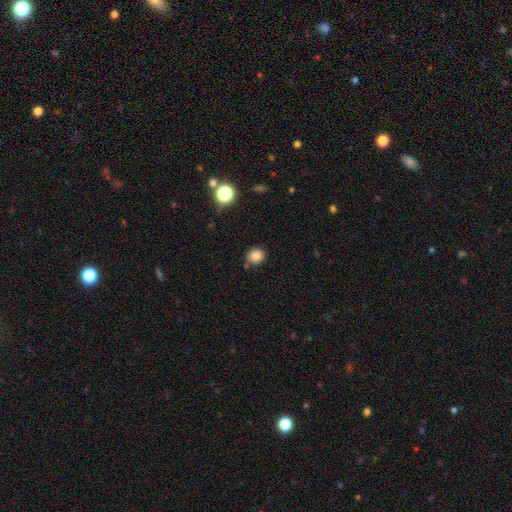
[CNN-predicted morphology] smooth 83%, star or artifact 12%, featured or disk 6%. Down the decision tree: how rounded — round (84%); merging — none (79%).